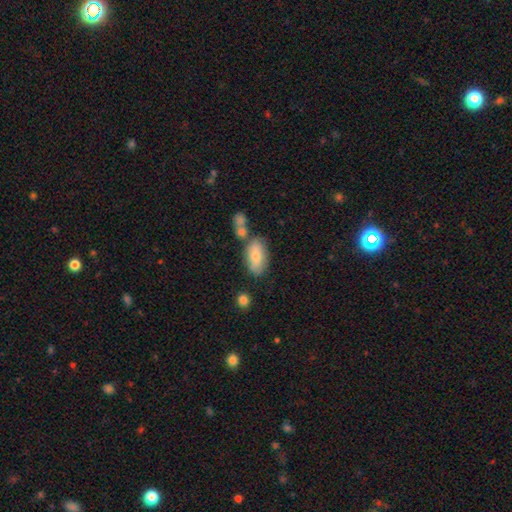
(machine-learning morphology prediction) type=smooth (75%); roundness=in between (90%); merging=none (57%).